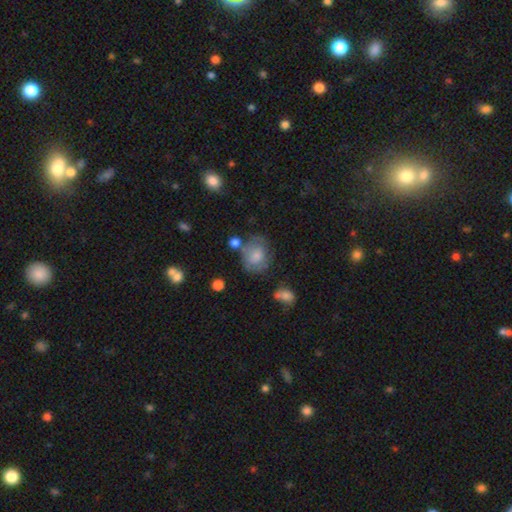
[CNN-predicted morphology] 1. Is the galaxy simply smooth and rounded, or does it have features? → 67% smooth, 24% featured or disk, 9% star or artifact.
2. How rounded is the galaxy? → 58% round, 41% in between, 1% cigar-shaped.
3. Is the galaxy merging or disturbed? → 52% none, 25% minor disturbance, 14% major disturbance, 9% merger.